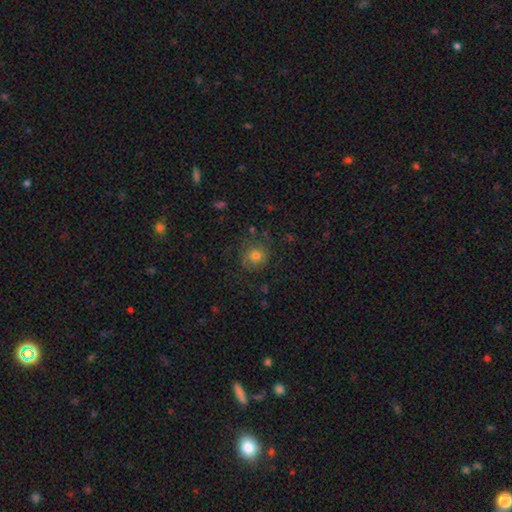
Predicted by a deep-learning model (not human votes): Smooth or featured? Predicted: smooth (p=0.72). How rounded? Predicted: round (p=0.85). Merging? Predicted: none (p=0.70).